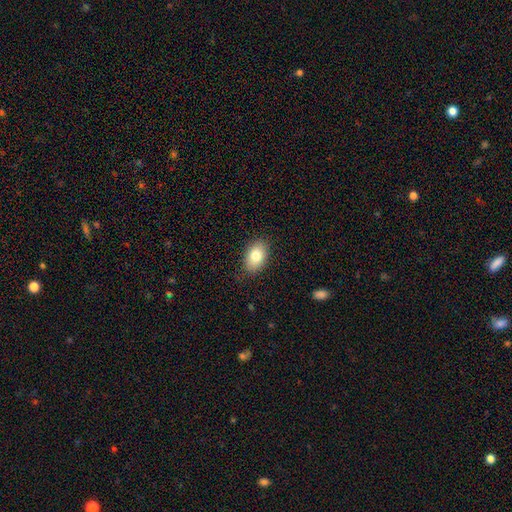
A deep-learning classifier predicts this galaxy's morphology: Smooth or featured?
  - smooth: 80% *
  - featured or disk: 12%
  - star or artifact: 8%
How rounded?
  - in between: 88% *
  - round: 10%
  - cigar-shaped: 1%
Merging?
  - none: 86% *
  - minor disturbance: 11%
  - major disturbance: 2%
  - merger: 1%